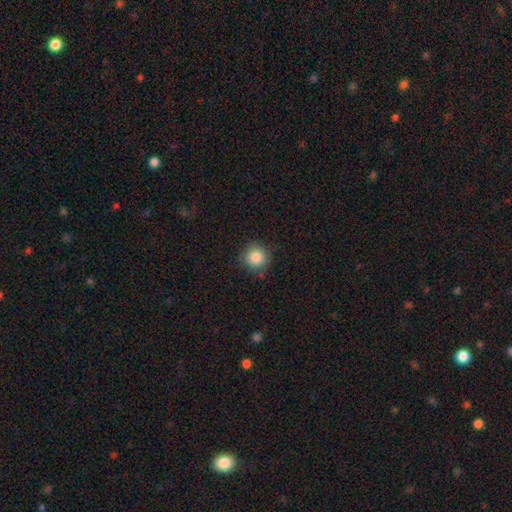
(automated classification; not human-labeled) Overall: smooth (86%). How rounded: round (93%). Merging: none (83%).